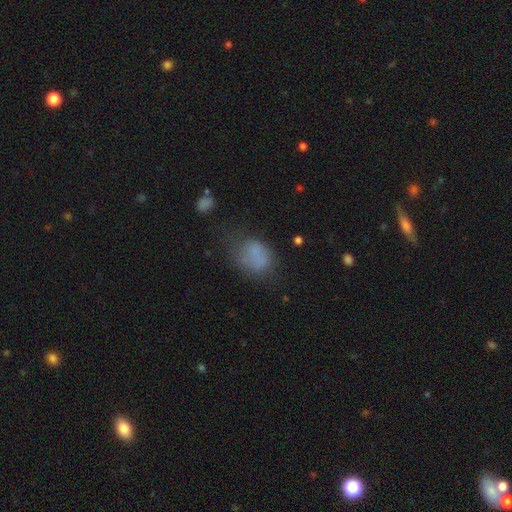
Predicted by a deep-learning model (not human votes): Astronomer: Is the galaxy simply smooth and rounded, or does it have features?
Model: smooth — 74%.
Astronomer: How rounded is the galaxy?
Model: in between — 61% (runner-up: round, 38%).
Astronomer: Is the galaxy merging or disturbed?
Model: none — 45% (runner-up: minor disturbance, 29%).